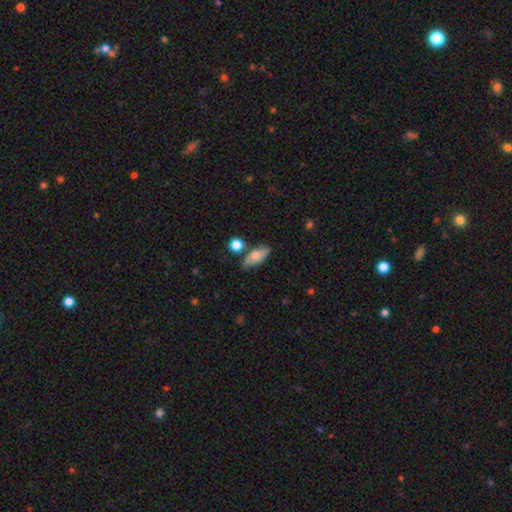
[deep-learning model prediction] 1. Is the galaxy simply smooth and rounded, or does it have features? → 70% smooth, 22% featured or disk, 8% star or artifact.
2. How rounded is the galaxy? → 81% in between, 14% cigar-shaped, 5% round.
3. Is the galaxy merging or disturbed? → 66% none, 21% minor disturbance, 9% merger, 5% major disturbance.